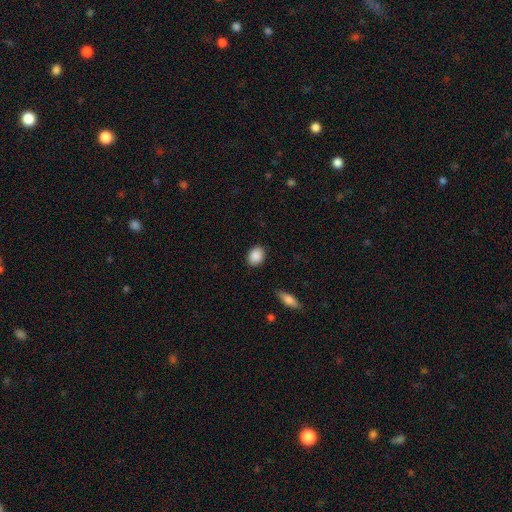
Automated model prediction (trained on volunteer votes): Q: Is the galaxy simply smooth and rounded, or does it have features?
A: smooth — 89%.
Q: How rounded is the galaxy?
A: in between — 64%.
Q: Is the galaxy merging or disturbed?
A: none — 87%.